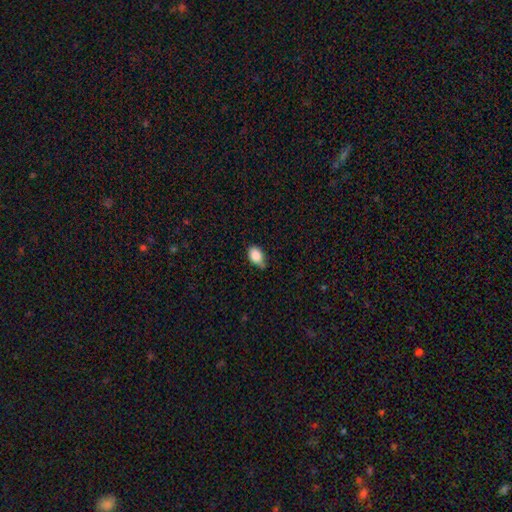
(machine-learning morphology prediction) smooth-or-featured: smooth: 87% | star or artifact: 8% | featured or disk: 5%
  how-rounded: in between: 77% | round: 22% | cigar-shaped: 1%
  merging: none: 56% | minor disturbance: 32% | merger: 6% | major disturbance: 5%